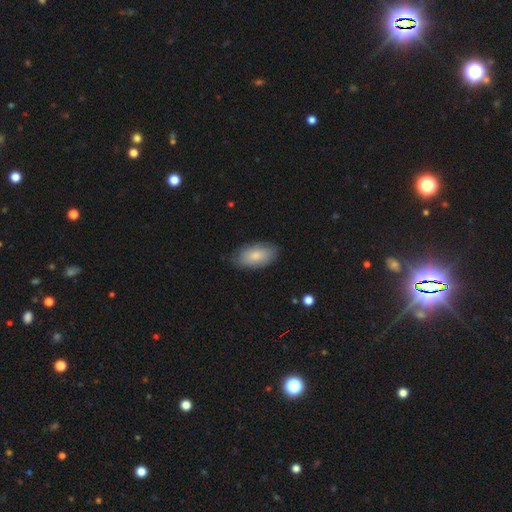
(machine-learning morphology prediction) The model was most divided on "merging": none: 78%, minor disturbance: 17%, major disturbance: 3%, merger: 1%. More confident: how rounded — in between (94%); smooth or featured — smooth (81%).